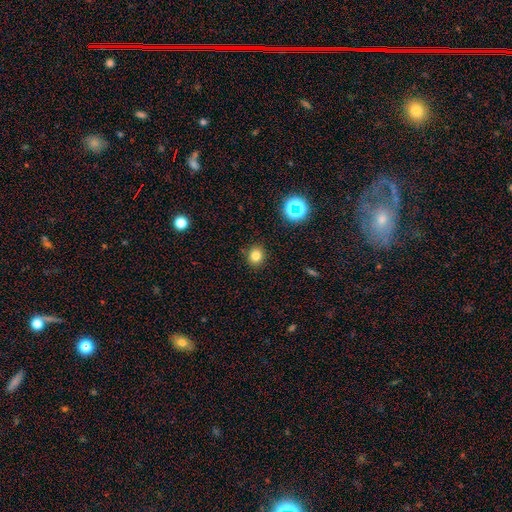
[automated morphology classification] Overall: smooth (78%). How rounded: round (85%). Merging: none (89%).